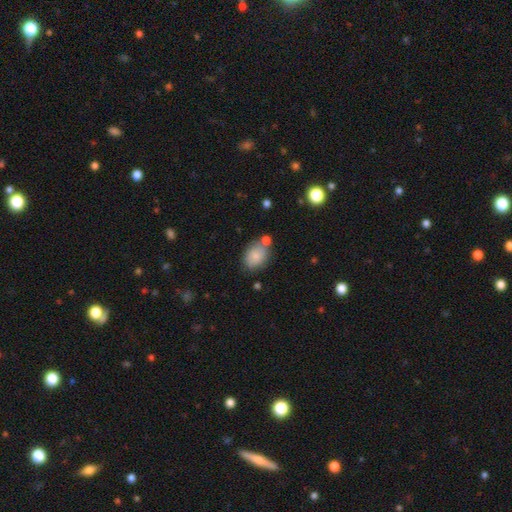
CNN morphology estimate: Smooth or featured: smooth — 82% (featured or disk — 10%)
How rounded: in between — 78% (round — 20%)
Merging: none — 65% (minor disturbance — 18%)